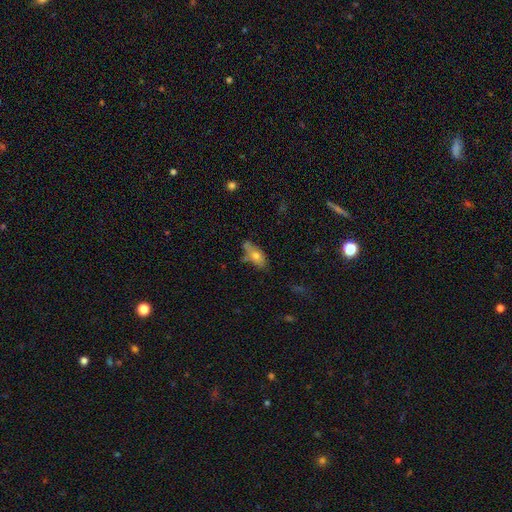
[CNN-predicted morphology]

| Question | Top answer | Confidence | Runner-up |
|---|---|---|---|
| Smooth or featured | smooth | 66% | featured or disk (26%) |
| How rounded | in between | 79% | cigar-shaped (16%) |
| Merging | none | 50% | minor disturbance (27%) |